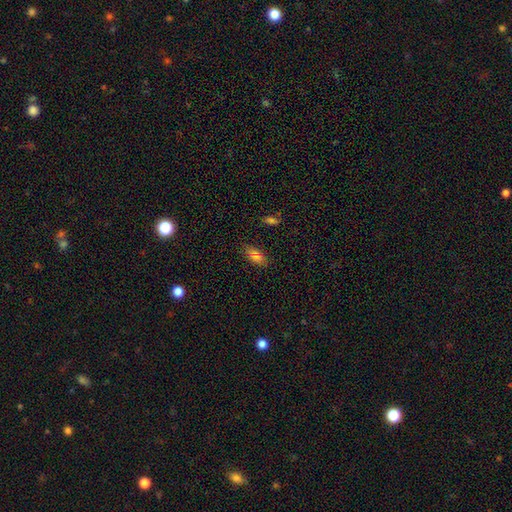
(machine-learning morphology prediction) Smooth or featured? Predicted: smooth (p=0.76). How rounded? Predicted: in between (p=0.88). Merging? Predicted: none (p=0.81).